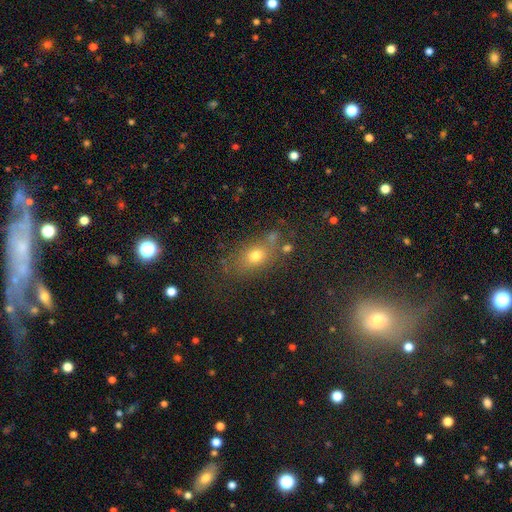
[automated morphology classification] Smooth or featured? smooth (69%)
How rounded? in between (62%)
Merging? none (67%)